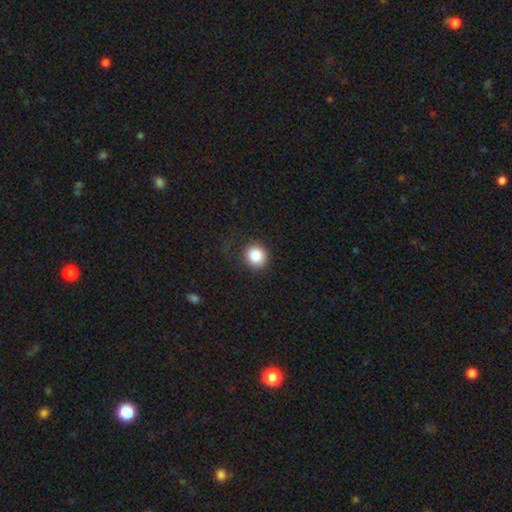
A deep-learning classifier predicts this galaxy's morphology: This appears to be a smooth galaxy with no disk features (87%) that is round (88%). Merging: none (83%).